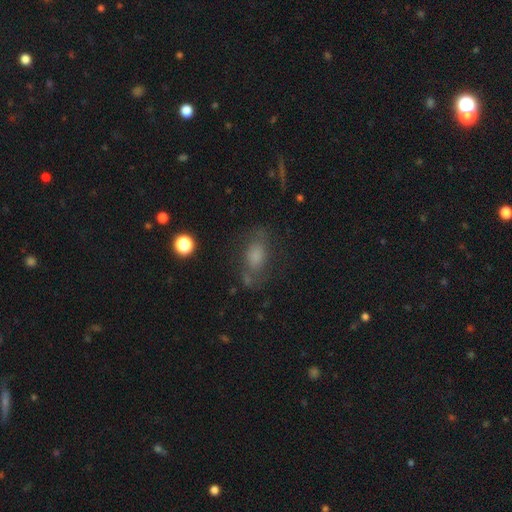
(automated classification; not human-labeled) This is possibly a smooth galaxy (54%). How rounded: likely in between (76%). Merging: likely none (62%).